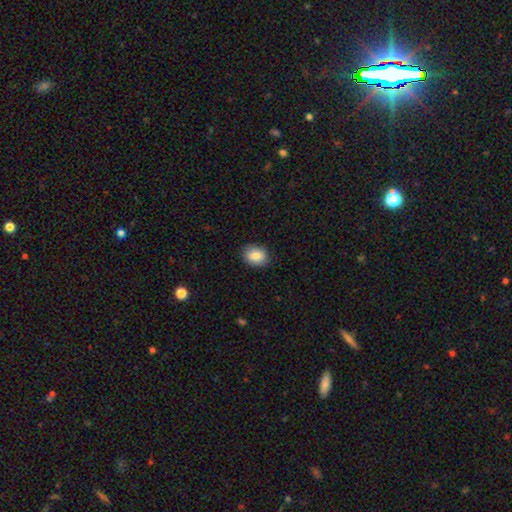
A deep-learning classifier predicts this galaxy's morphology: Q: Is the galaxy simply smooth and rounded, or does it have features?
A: smooth — 83%.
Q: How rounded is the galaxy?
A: in between — 58%.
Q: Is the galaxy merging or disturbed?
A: none — 89%.